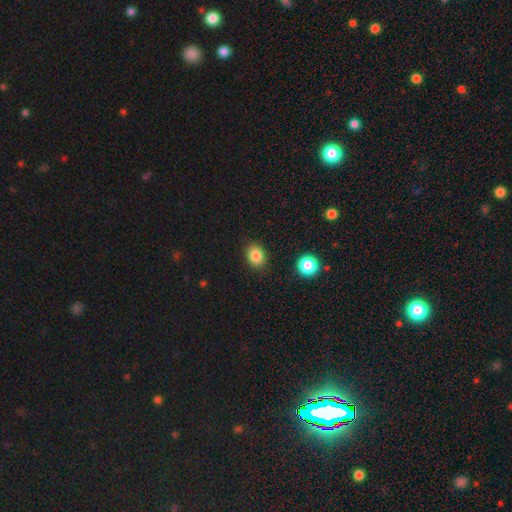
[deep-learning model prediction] Q: Smooth or featured?
A: smooth (84%); runner-up: star or artifact (11%)
Q: How rounded?
A: in between (51%); runner-up: round (48%)
Q: Merging?
A: none (88%); runner-up: minor disturbance (8%)